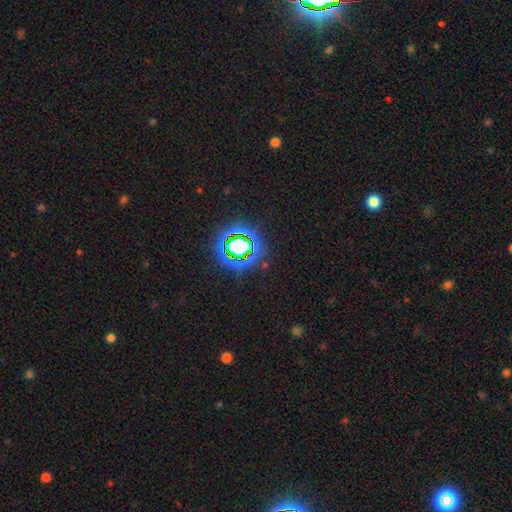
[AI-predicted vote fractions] Smooth or featured?
  - star or artifact: 81% *
  - smooth: 12%
  - featured or disk: 7%